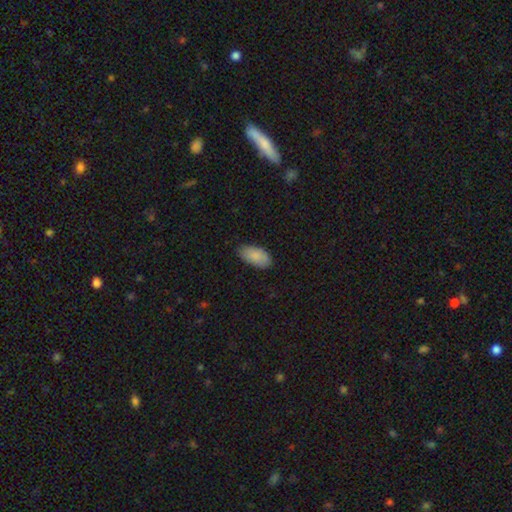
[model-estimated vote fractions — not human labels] This is clearly a smooth galaxy (88%). How rounded: clearly in between (94%). Merging: clearly none (80%).